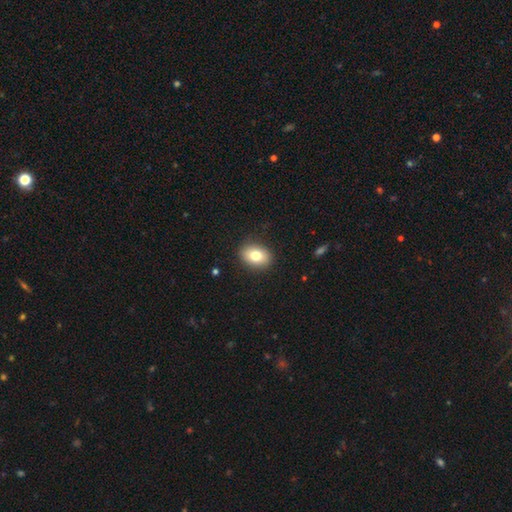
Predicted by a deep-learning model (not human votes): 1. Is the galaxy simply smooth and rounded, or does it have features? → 80% smooth, 12% featured or disk, 9% star or artifact.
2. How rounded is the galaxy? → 74% in between, 24% round, 1% cigar-shaped.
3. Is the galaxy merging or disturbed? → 88% none, 9% minor disturbance, 2% major disturbance, 1% merger.